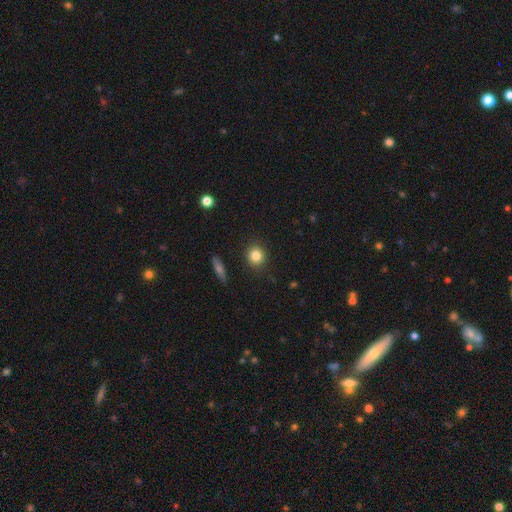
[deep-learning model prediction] smooth_or_featured: smooth (p=0.83) [alt: star or artifact p=0.10]
how_rounded: round (p=0.87) [alt: in between p=0.12]
merging: none (p=0.90) [alt: minor disturbance p=0.07]